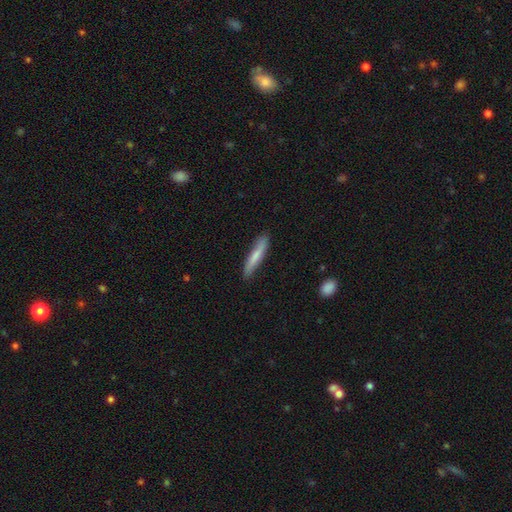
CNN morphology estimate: Smooth or featured? smooth (71%)
How rounded? cigar-shaped (90%)
Merging? none (82%)